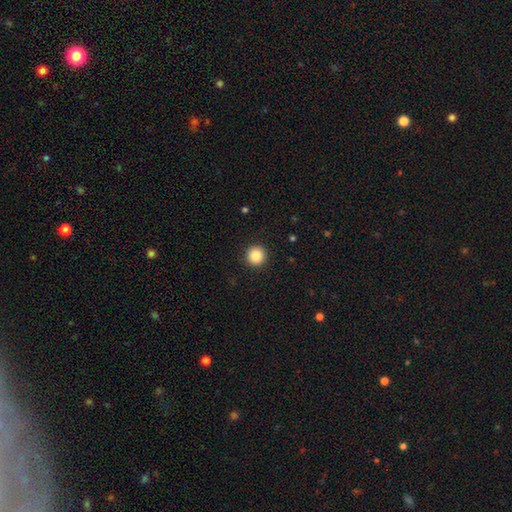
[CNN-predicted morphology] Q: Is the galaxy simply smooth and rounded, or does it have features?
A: smooth — 86%.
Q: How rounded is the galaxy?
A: round — 95%.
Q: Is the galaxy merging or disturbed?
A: none — 92%.